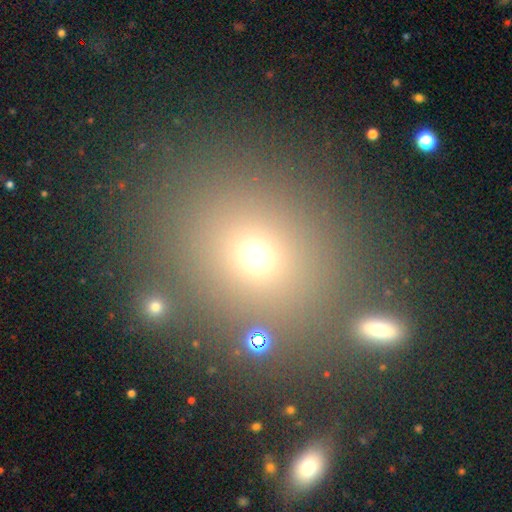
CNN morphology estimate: This is likely a smooth galaxy (65%). How rounded: likely round (71%). Merging: likely none (76%).